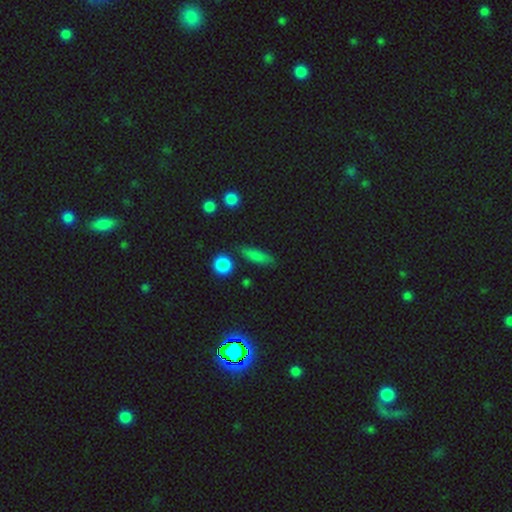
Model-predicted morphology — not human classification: A smooth galaxy with no disk features (78%) that is cigar-shaped (47%).

Vote fractions:
- Smooth or featured? smooth: 78% / featured or disk: 11% / star or artifact: 11%
- How rounded? cigar-shaped: 47% / in between: 46% / round: 7%
- Merging? none: 78% / minor disturbance: 15% / major disturbance: 4% / merger: 4%